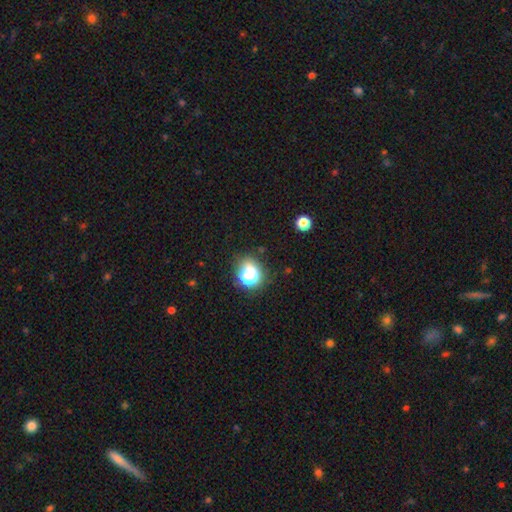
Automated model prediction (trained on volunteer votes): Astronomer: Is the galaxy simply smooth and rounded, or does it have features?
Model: smooth — 55% (runner-up: star or artifact, 39%).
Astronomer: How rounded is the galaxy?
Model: round — 76%.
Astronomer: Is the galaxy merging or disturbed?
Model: none — 84%.